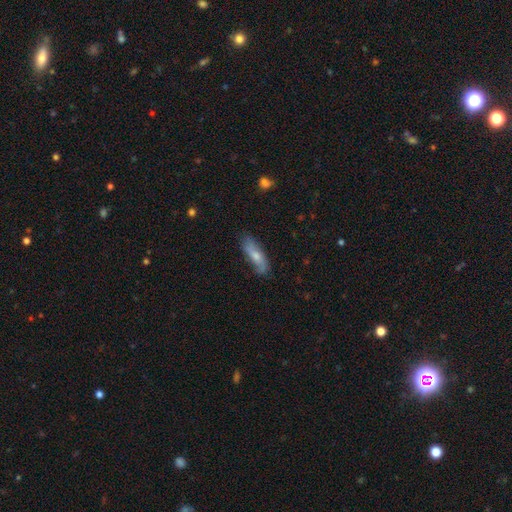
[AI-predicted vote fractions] The model was most divided on "how rounded": cigar-shaped: 52%, in between: 45%, round: 2%. More confident: merging — none (69%); smooth or featured — smooth (64%).